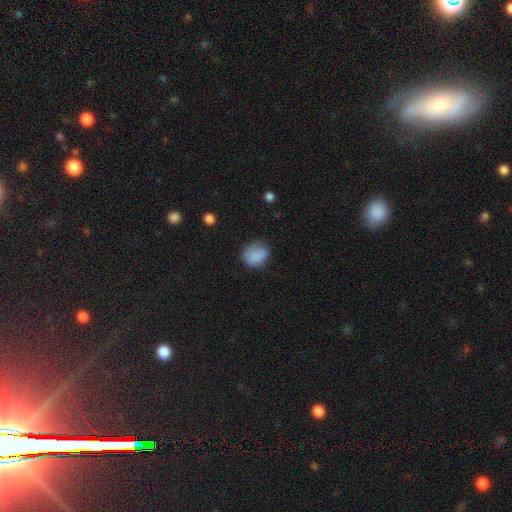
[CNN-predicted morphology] type=smooth (84%); roundness=in between (52%); merging=none (59%).